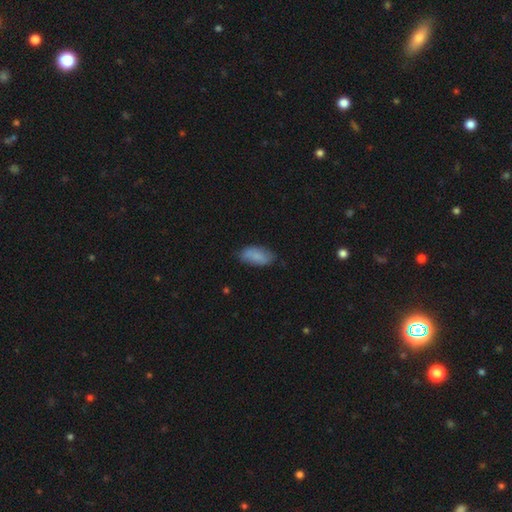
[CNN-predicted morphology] This appears to be a smooth galaxy with no disk features (81%) that is in between round and cigar-shaped (91%). Merging: none (72%).